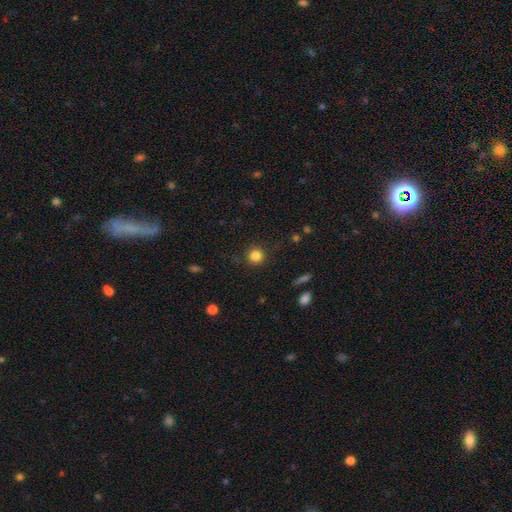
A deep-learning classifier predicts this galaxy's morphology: Smooth or featured: smooth — 84% (star or artifact — 11%)
How rounded: round — 94% (in between — 5%)
Merging: none — 88% (minor disturbance — 8%)